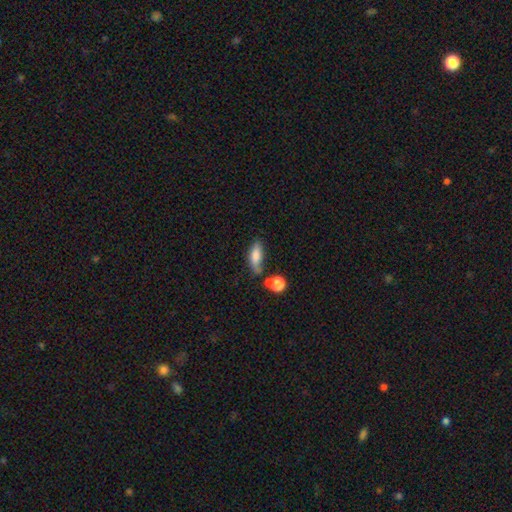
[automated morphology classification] This is likely a smooth galaxy (78%). How rounded: likely in between (68%). Merging: possibly none (55%).